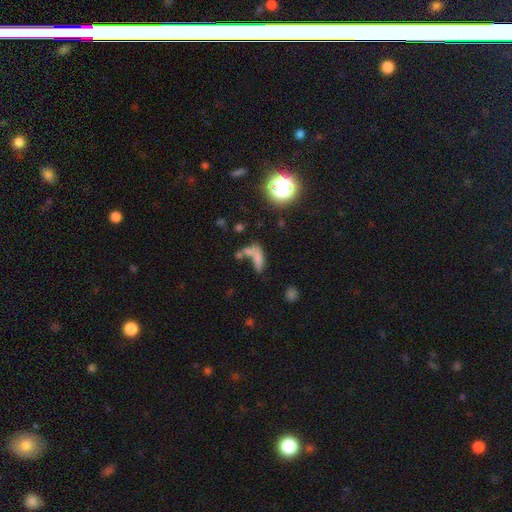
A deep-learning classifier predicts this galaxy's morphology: type=smooth (61%); roundness=in between (57%); merging=merger (43%).